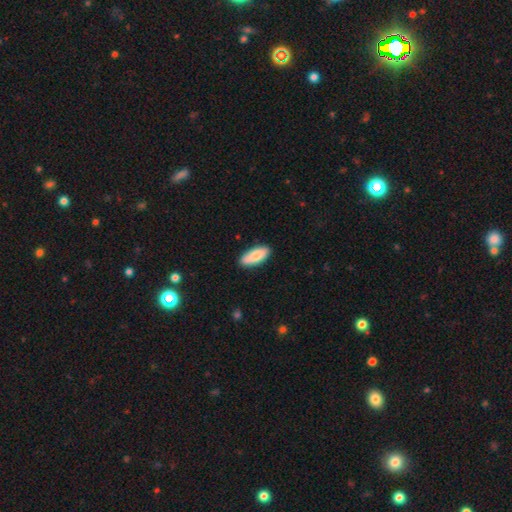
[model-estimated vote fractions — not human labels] smooth 80%, featured or disk 14%, star or artifact 6%. Down the decision tree: how rounded — in between (86%); merging — none (86%).